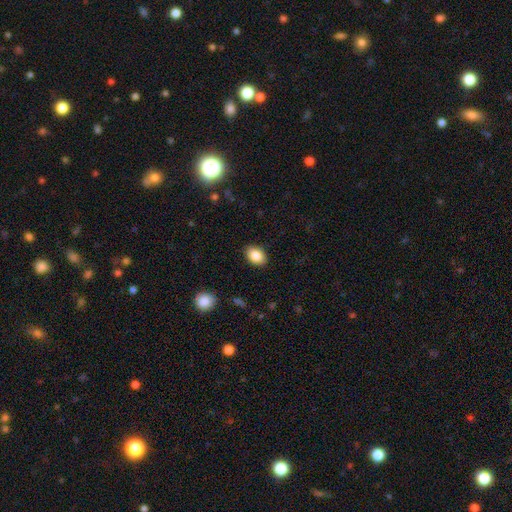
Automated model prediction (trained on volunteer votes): A smooth galaxy with no disk features (87%) that is in between round and cigar-shaped (80%). Merging: none (89%).